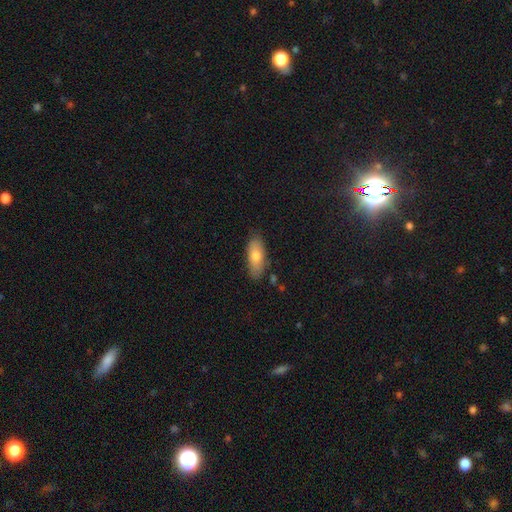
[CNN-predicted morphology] smooth-or-featured: smooth: 74% | featured or disk: 20% | star or artifact: 7%
  how-rounded: in between: 77% | cigar-shaped: 20% | round: 3%
  merging: none: 80% | minor disturbance: 15% | major disturbance: 3% | merger: 2%